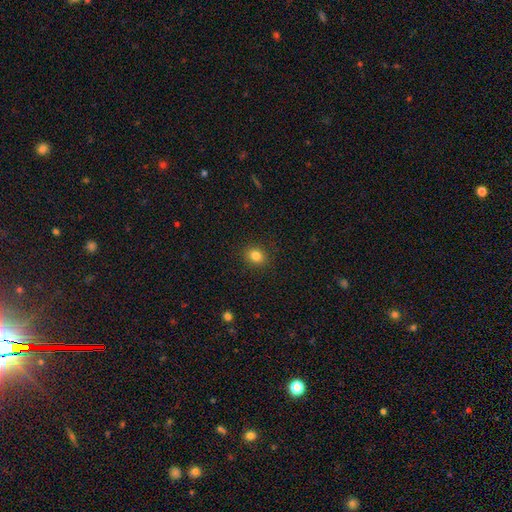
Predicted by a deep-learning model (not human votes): The model was most divided on "how rounded": round: 65%, in between: 34%, cigar-shaped: 1%. More confident: merging — none (90%); smooth or featured — smooth (83%).